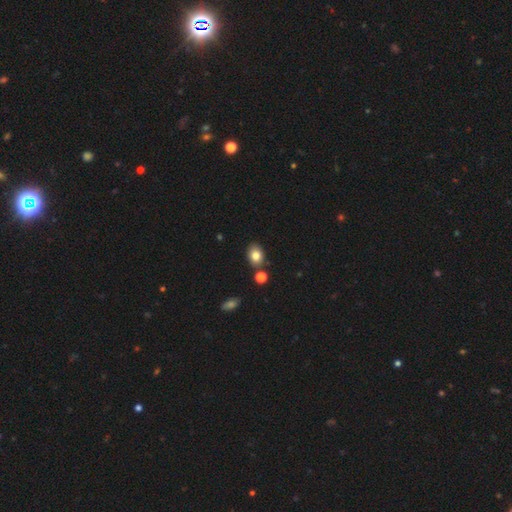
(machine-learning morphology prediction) The model was most divided on "how rounded": in between: 71%, round: 28%, cigar-shaped: 1%. More confident: smooth or featured — smooth (81%); merging — none (76%).